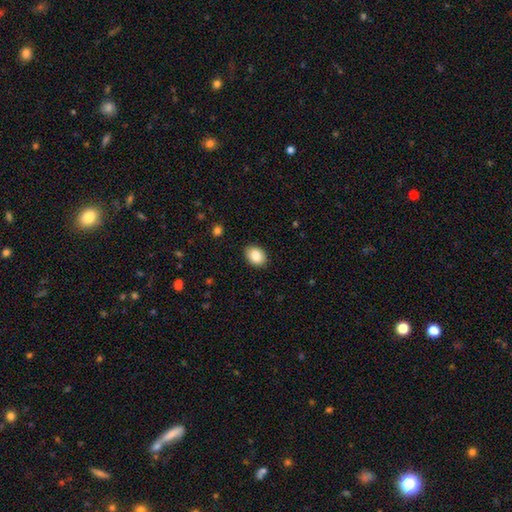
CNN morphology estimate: Overall: smooth (86%). How rounded: in between (70%). Merging: none (88%).